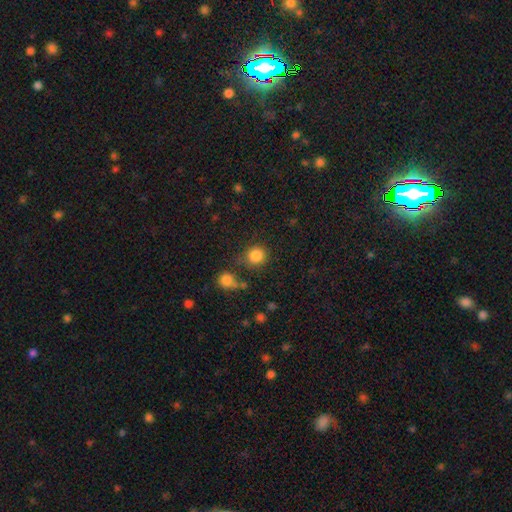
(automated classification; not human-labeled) Smooth or featured?
  - smooth: 85% *
  - star or artifact: 11%
  - featured or disk: 4%
How rounded?
  - round: 89% *
  - in between: 10%
  - cigar-shaped: 1%
Merging?
  - none: 76% *
  - minor disturbance: 11%
  - merger: 8%
  - major disturbance: 4%